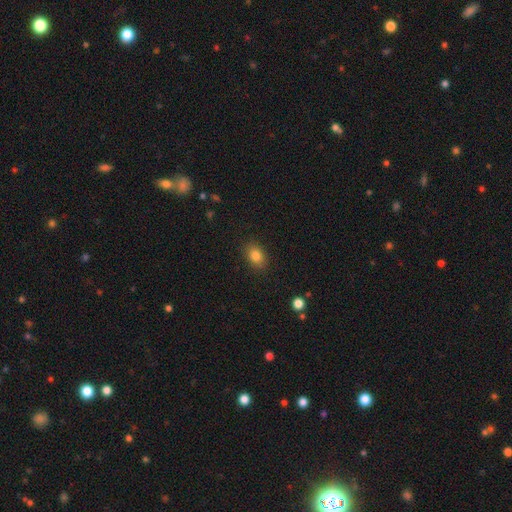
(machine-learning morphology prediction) Smooth or featured? smooth (83%)
How rounded? in between (74%)
Merging? none (86%)